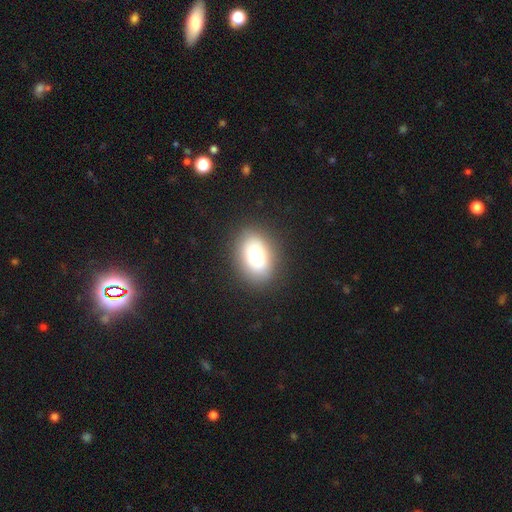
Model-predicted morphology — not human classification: type=smooth (81%); roundness=in between (81%); merging=none (85%).